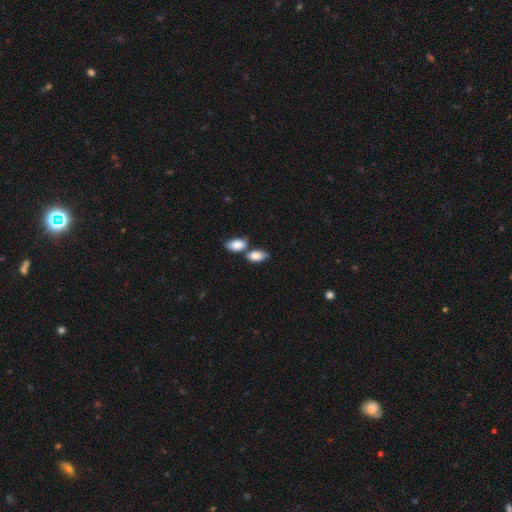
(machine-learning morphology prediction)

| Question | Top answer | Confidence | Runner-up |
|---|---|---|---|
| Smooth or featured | smooth | 84% | featured or disk (9%) |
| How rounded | in between | 91% | round (7%) |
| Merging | merger | 45% | none (37%) |